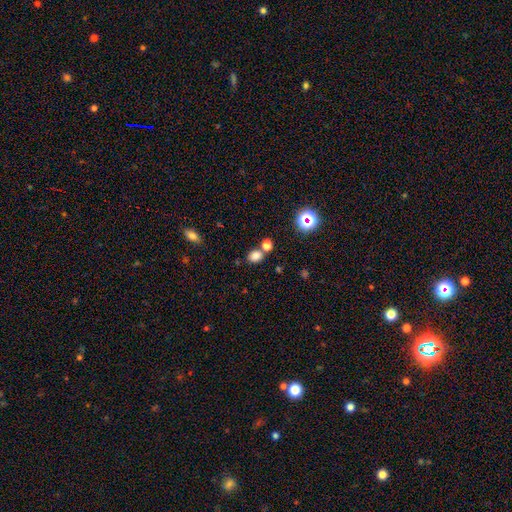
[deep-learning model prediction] Q: Smooth or featured?
A: smooth (78%); runner-up: star or artifact (16%)
Q: How rounded?
A: in between (54%); runner-up: round (45%)
Q: Merging?
A: none (62%); runner-up: merger (25%)